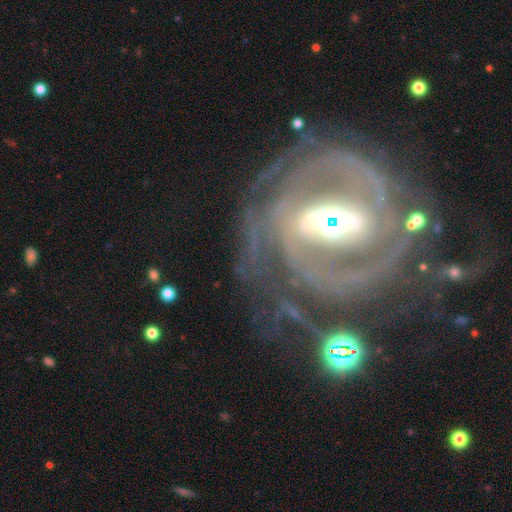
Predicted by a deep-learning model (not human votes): smooth_or_featured: featured or disk (p=0.89) [alt: star or artifact p=0.07]
disk_edge_on: no (p=0.97) [alt: yes p=0.03]
bar: strong (p=0.48) [alt: weak p=0.34]
has_spiral_arms: yes (p=0.94) [alt: no p=0.06]
spiral_winding: tight (p=0.58) [alt: medium p=0.33]
spiral_arm_count: 2 (p=0.47) [alt: can't tell p=0.19]
bulge_size: moderate (p=0.49) [alt: large p=0.24]
merging: none (p=0.62) [alt: minor disturbance p=0.17]